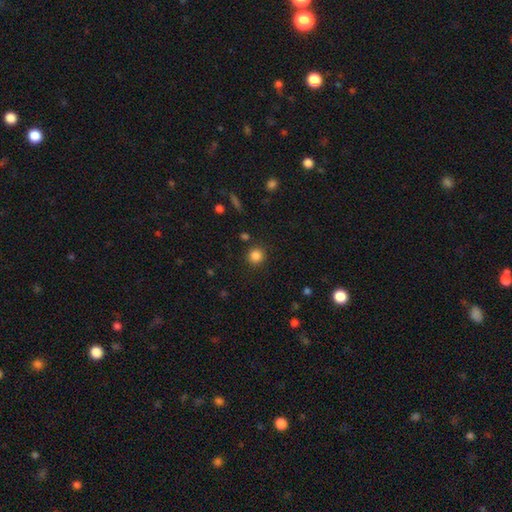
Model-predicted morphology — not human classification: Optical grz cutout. It shows a smooth galaxy with no disk features (84%) that is round (92%). Merging: none (88%).